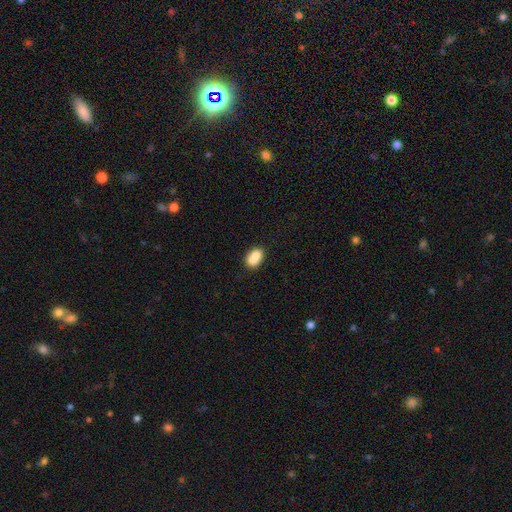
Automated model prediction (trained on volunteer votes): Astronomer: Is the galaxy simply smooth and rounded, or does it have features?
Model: smooth — 74%.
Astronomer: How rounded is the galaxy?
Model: in between — 70%.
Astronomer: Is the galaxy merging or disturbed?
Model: merger — 48% (runner-up: none, 36%).